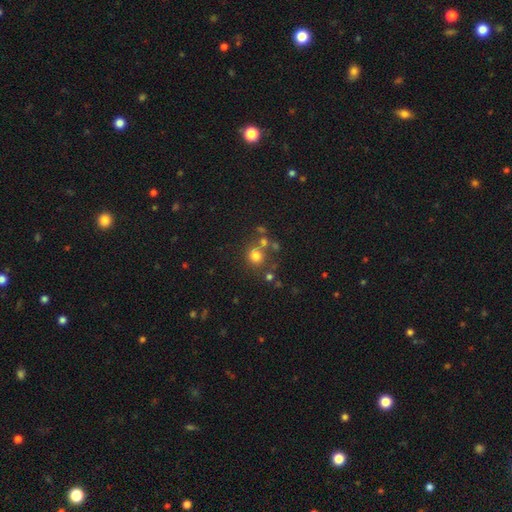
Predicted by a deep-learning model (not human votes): This appears to be a smooth galaxy with no disk features (72%) that is round (88%). Merging: none (66%).